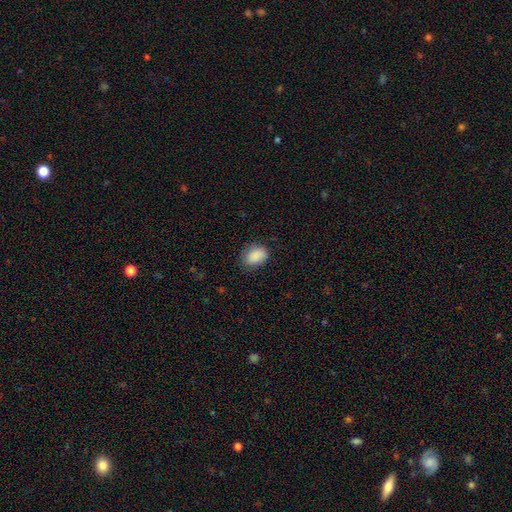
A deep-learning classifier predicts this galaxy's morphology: Overall: smooth (89%). How rounded: in between (77%). Merging: none (80%).